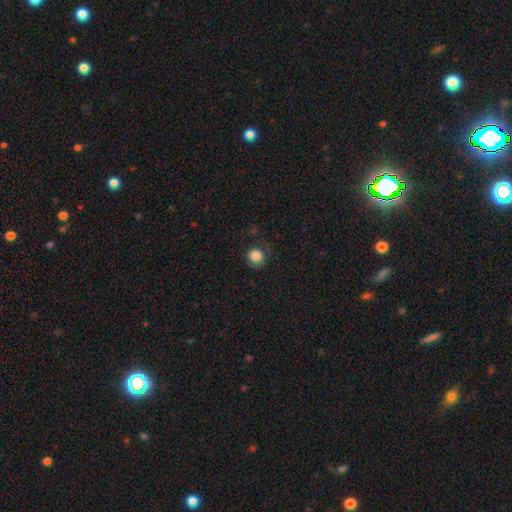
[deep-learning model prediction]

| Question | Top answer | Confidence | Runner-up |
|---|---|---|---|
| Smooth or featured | smooth | 85% | star or artifact (10%) |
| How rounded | round | 86% | in between (13%) |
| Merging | none | 75% | minor disturbance (16%) |